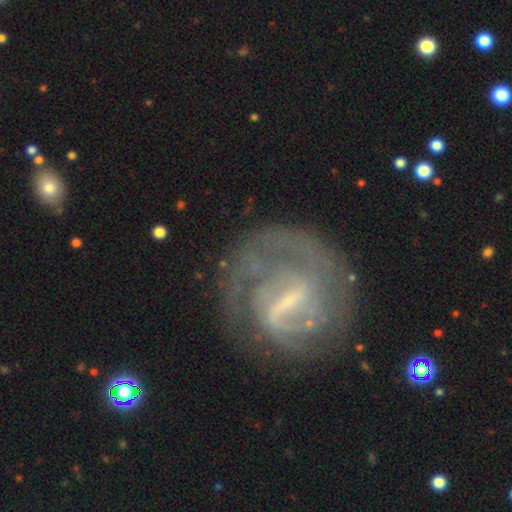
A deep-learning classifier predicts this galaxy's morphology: Smooth or featured?
  - featured or disk: 79% *
  - smooth: 12%
  - star or artifact: 9%
Edge-on disk?
  - no: 96% *
  - yes: 4%
Bar?
  - strong: 48% *
  - weak: 40%
  - no: 12%
Spiral arms?
  - yes: 82% *
  - no: 18%
Spiral winding?
  - tight: 52% *
  - medium: 32%
  - loose: 15%
Spiral arm count?
  - can't tell: 38% *
  - 2: 34%
  - 1: 12%
  - 3: 9%
  - 4: 4%
  - more than 4: 4%
Bulge size?
  - small: 44% *
  - none: 33%
  - moderate: 19%
  - large: 3%
  - dominant: 1%
Merging?
  - none: 66% *
  - minor disturbance: 16%
  - major disturbance: 15%
  - merger: 2%